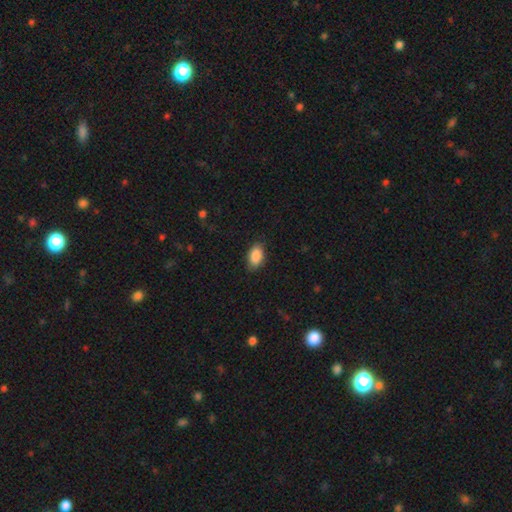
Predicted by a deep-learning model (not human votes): Smooth or featured: smooth — 89% (star or artifact — 7%)
How rounded: in between — 92% (round — 6%)
Merging: none — 85% (minor disturbance — 11%)